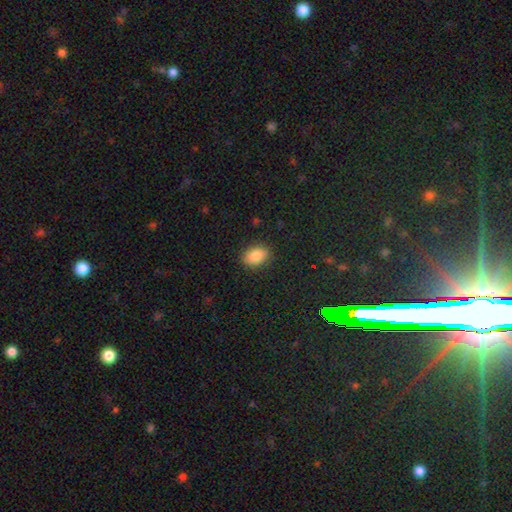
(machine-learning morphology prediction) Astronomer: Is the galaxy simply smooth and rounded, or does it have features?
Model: smooth — 86%.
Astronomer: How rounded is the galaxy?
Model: in between — 83%.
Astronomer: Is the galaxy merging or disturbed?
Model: none — 88%.